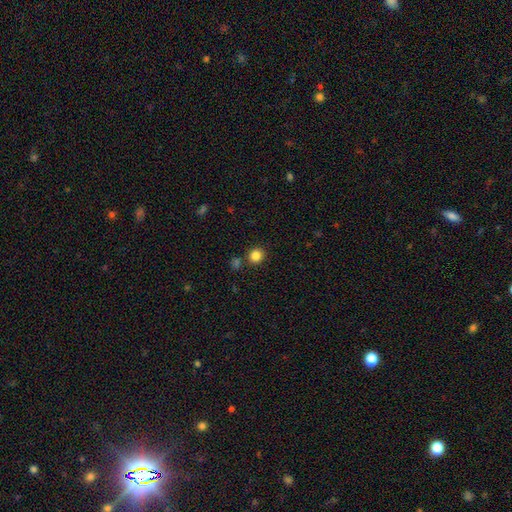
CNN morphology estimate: Smooth or featured?
  - smooth: 84% *
  - star or artifact: 12%
  - featured or disk: 4%
How rounded?
  - round: 89% *
  - in between: 10%
  - cigar-shaped: 1%
Merging?
  - none: 83% *
  - merger: 7%
  - minor disturbance: 7%
  - major disturbance: 2%